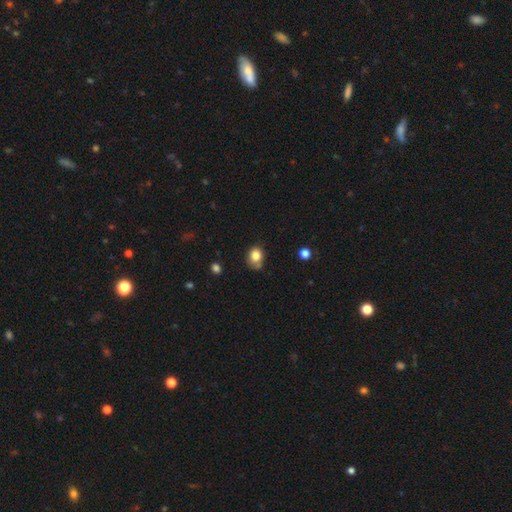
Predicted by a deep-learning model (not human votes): A smooth galaxy with no disk features (81%) that is round (54%). Merging: none (58%).